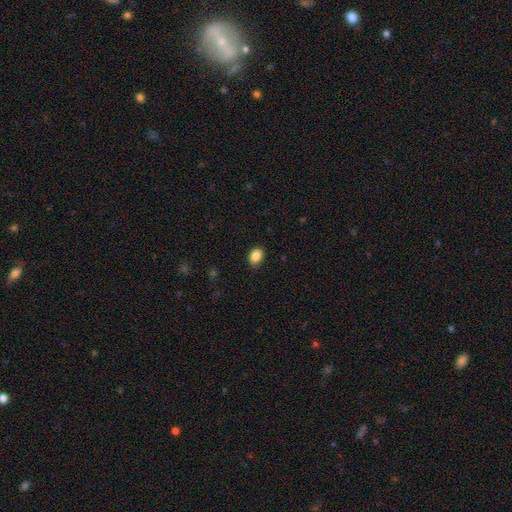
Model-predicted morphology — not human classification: Q: Smooth or featured?
A: smooth (87%); runner-up: star or artifact (9%)
Q: How rounded?
A: in between (73%); runner-up: round (26%)
Q: Merging?
A: none (86%); runner-up: minor disturbance (11%)